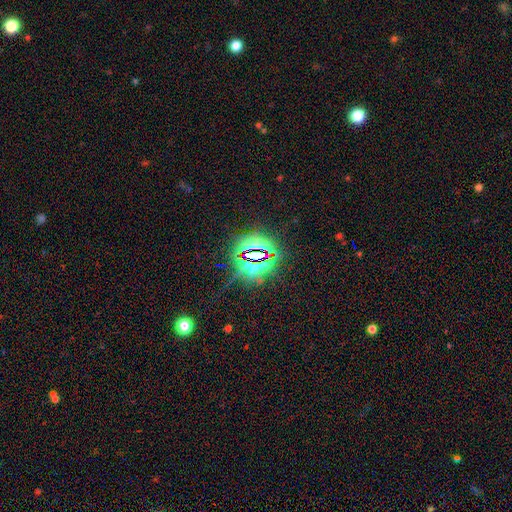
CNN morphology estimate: smooth_or_featured: star or artifact (p=0.80) [alt: smooth p=0.11]